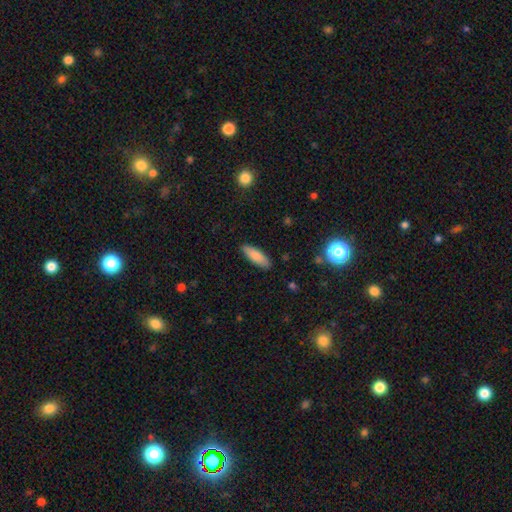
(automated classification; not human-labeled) This appears to be a smooth galaxy with no disk features (84%) that is in between round and cigar-shaped (52%). Merging: none (88%).